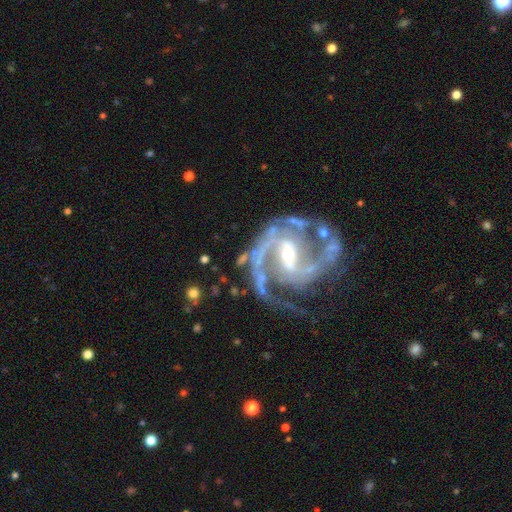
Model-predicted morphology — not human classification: Smooth or featured?
  - featured or disk: 90% *
  - star or artifact: 6%
  - smooth: 4%
Edge-on disk?
  - no: 98% *
  - yes: 2%
Bar?
  - strong: 45% *
  - weak: 35%
  - no: 20%
Spiral arms?
  - yes: 97% *
  - no: 3%
Spiral winding?
  - medium: 54% *
  - tight: 23%
  - loose: 23%
Spiral arm count?
  - 2: 76% *
  - 3: 8%
  - can't tell: 6%
  - 1: 4%
  - 4: 3%
  - more than 4: 3%
Bulge size?
  - small: 50% *
  - moderate: 45%
  - large: 2%
  - none: 1%
  - dominant: 1%
Merging?
  - none: 55% *
  - major disturbance: 20%
  - minor disturbance: 18%
  - merger: 8%